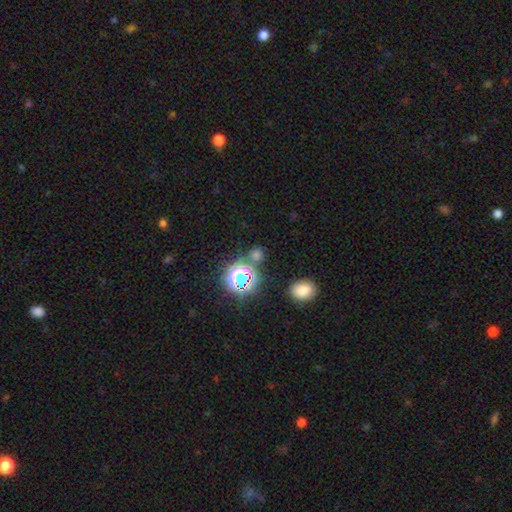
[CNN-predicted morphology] A smooth galaxy with no disk features (51%) that is round (81%). Merging: none (76%).